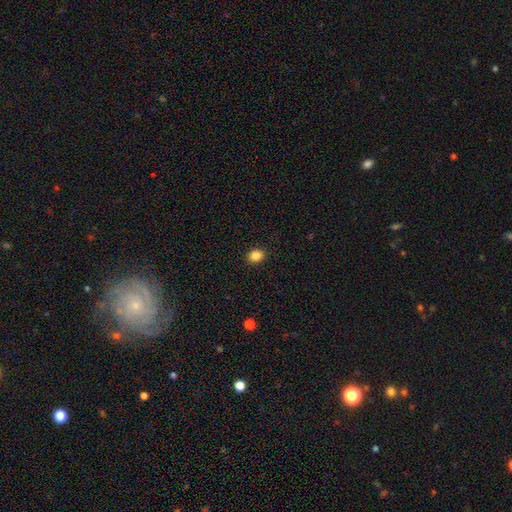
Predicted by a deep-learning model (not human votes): A smooth galaxy with no disk features (84%) that is round (63%).

Vote fractions:
- Smooth or featured? smooth: 84% / star or artifact: 11% / featured or disk: 5%
- How rounded? round: 63% / in between: 36% / cigar-shaped: 1%
- Merging? none: 91% / minor disturbance: 6% / major disturbance: 2% / merger: 1%